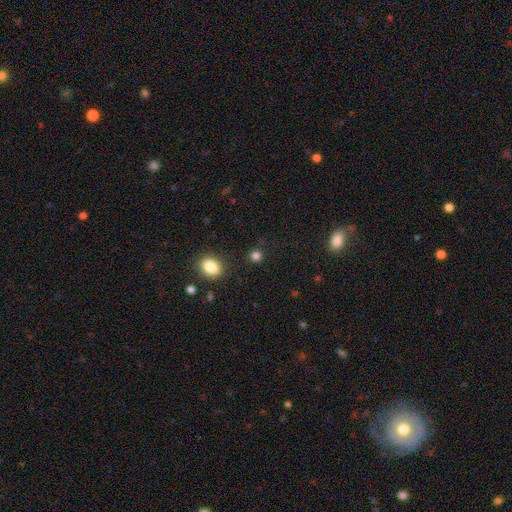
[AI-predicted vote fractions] Overall: smooth (81%). How rounded: round (85%). Merging: none (84%).